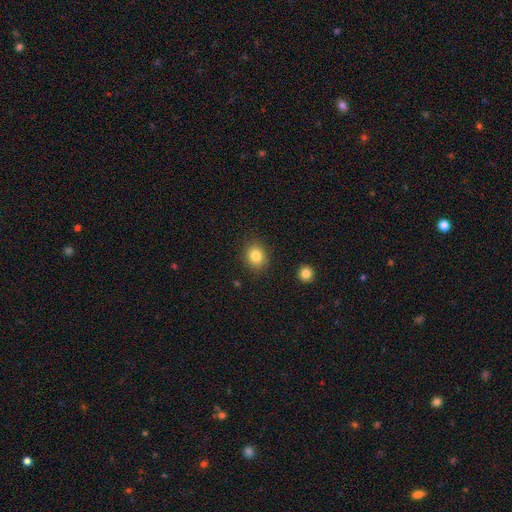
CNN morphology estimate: Q: Smooth or featured?
A: smooth (83%); runner-up: star or artifact (10%)
Q: How rounded?
A: round (69%); runner-up: in between (30%)
Q: Merging?
A: none (87%); runner-up: minor disturbance (9%)